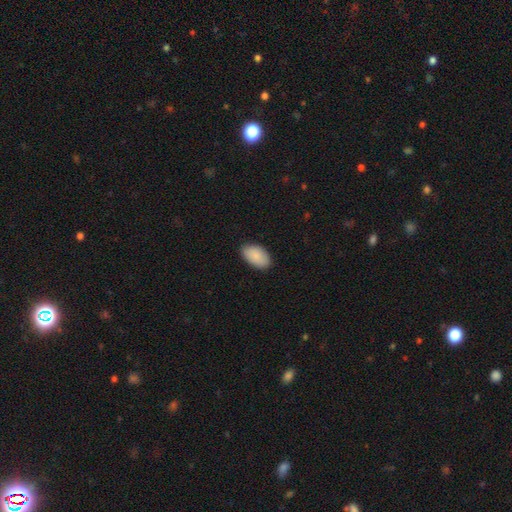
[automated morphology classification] Smooth or featured? smooth (89%)
How rounded? in between (95%)
Merging? none (87%)